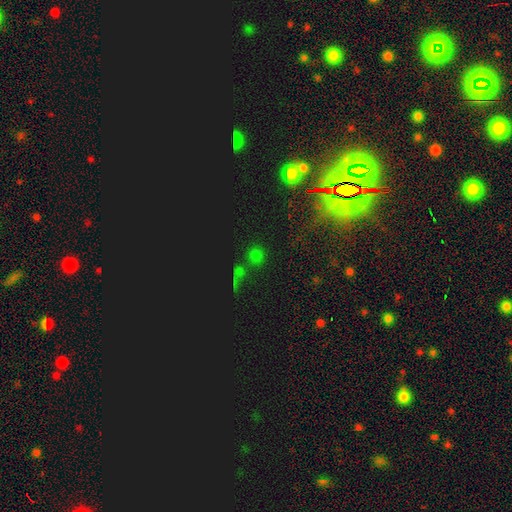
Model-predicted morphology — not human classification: type=star or artifact (56%).